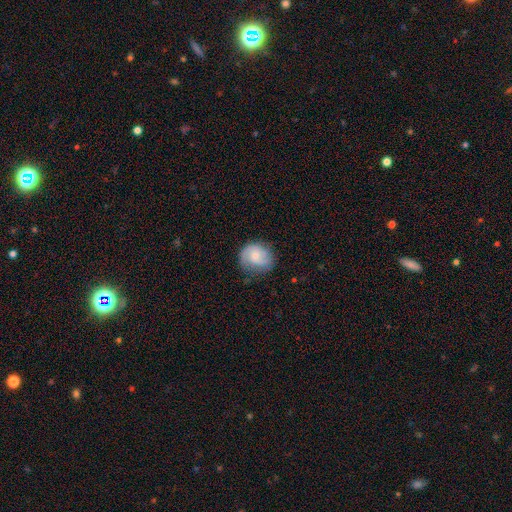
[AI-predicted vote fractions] Smooth or featured? Predicted: smooth (p=0.47). Merging? Predicted: none (p=0.66).